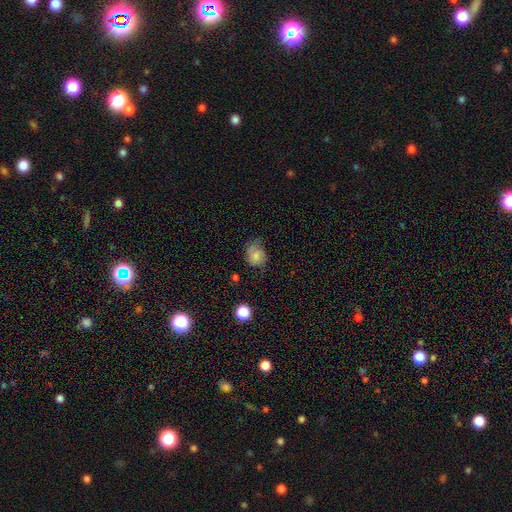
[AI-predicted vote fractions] This appears to be a smooth galaxy with no disk features (71%) that is round (55%). Merging: none (53%).